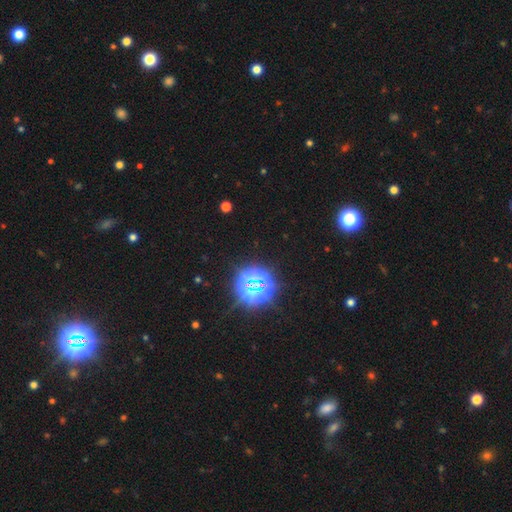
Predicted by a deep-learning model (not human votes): Smooth or featured? Predicted: star or artifact (p=0.78).